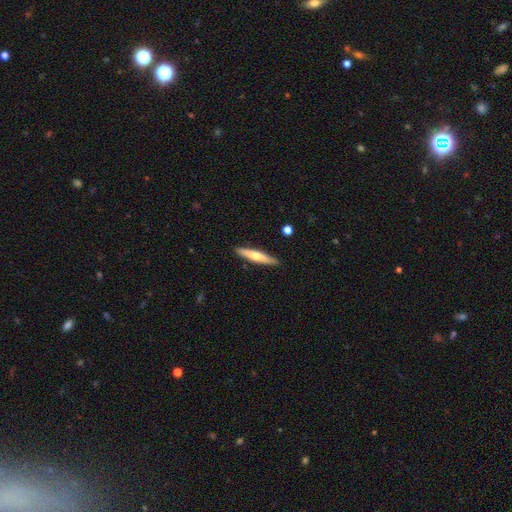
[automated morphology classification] A smooth galaxy with no disk features (51%) that is cigar-shaped (89%).

Vote fractions:
- Smooth or featured? smooth: 51% / featured or disk: 43% / star or artifact: 6%
- How rounded? cigar-shaped: 89% / in between: 9% / round: 1%
- Merging? none: 89% / minor disturbance: 8% / major disturbance: 2% / merger: 1%